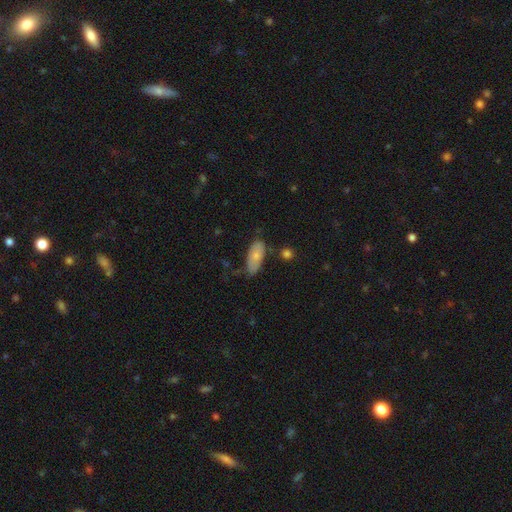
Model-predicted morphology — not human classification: Overall: smooth (74%). How rounded: in between (86%). Merging: none (60%; minor disturbance 29%).